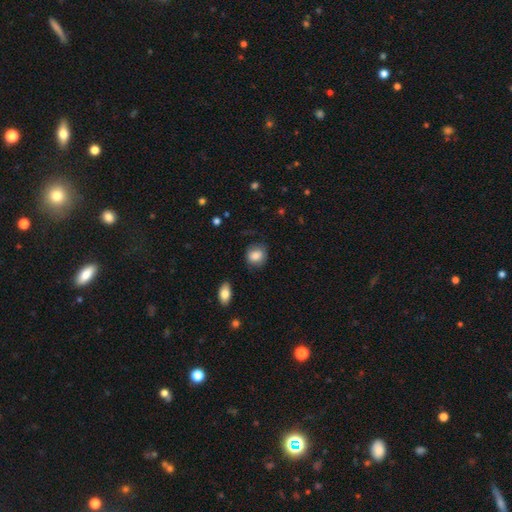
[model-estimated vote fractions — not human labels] A smooth galaxy with no disk features (81%) that is round (68%).

Vote fractions:
- Smooth or featured? smooth: 81% / featured or disk: 11% / star or artifact: 8%
- How rounded? round: 68% / in between: 31% / cigar-shaped: 1%
- Merging? none: 73% / minor disturbance: 19% / major disturbance: 6% / merger: 2%